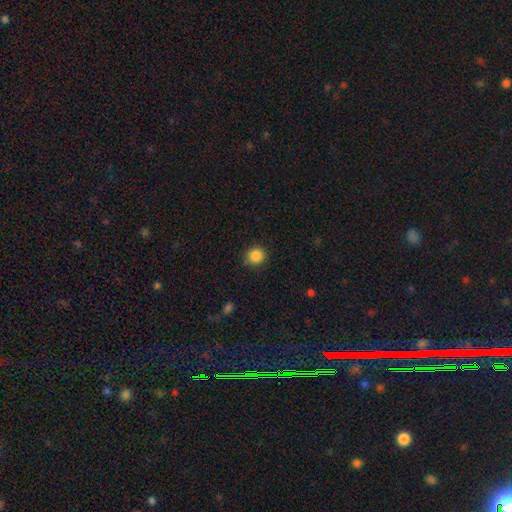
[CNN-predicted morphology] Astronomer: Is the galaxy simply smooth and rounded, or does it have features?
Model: smooth — 86%.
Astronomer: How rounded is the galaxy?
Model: round — 91%.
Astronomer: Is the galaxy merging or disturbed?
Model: none — 87%.